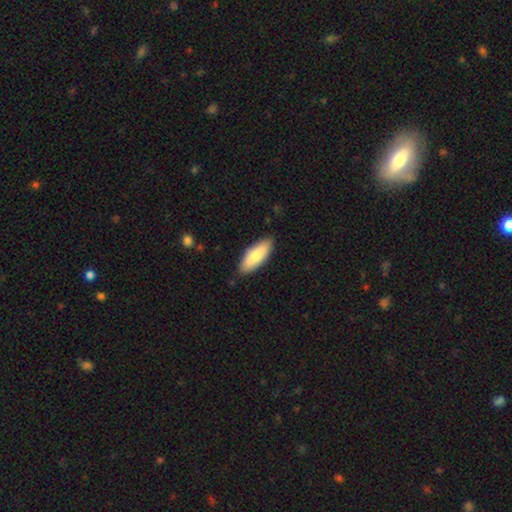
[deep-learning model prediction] Smooth or featured?
  - smooth: 78% *
  - featured or disk: 17%
  - star or artifact: 5%
How rounded?
  - in between: 72% *
  - cigar-shaped: 26%
  - round: 2%
Merging?
  - none: 86% *
  - minor disturbance: 11%
  - major disturbance: 2%
  - merger: 1%